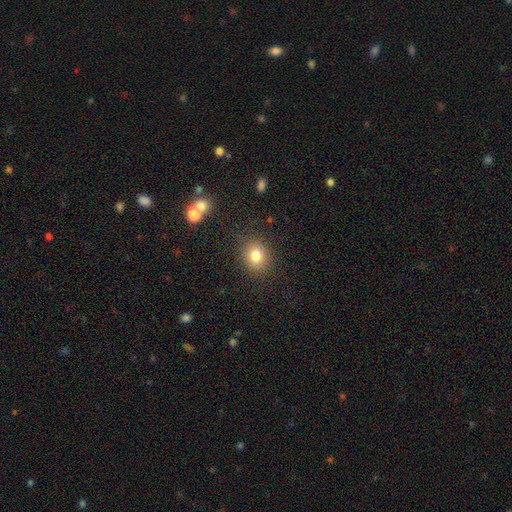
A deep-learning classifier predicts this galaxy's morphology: A smooth galaxy with no disk features (79%) that is round (63%).

Vote fractions:
- Smooth or featured? smooth: 79% / star or artifact: 13% / featured or disk: 8%
- How rounded? round: 63% / in between: 36% / cigar-shaped: 1%
- Merging? none: 84% / minor disturbance: 10% / major disturbance: 4% / merger: 2%